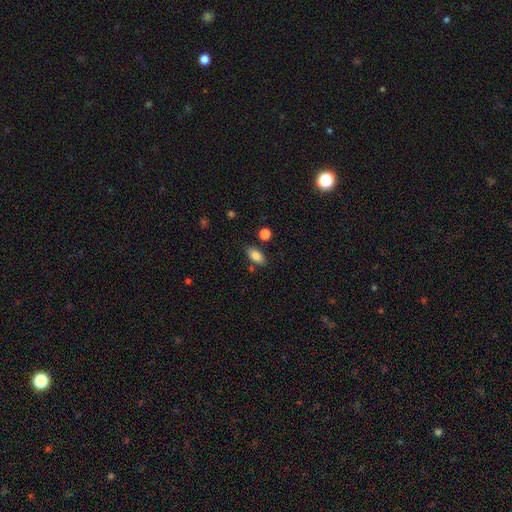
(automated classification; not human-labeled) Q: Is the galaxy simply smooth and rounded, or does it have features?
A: smooth — 86%.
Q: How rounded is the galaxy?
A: in between — 90%.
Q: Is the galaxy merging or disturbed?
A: none — 80%.